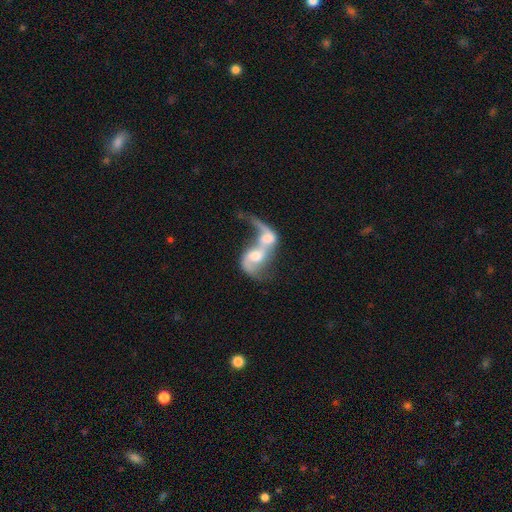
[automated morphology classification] The model was most divided on "bar": no: 52%, weak: 34%, strong: 14%. More confident: edge-on disk — no (95%); merging — merger (81%); spiral arms — yes (79%); spiral winding — loose (77%); smooth or featured — featured or disk (74%); spiral arm count — 2 (65%); bulge size — moderate (52%).